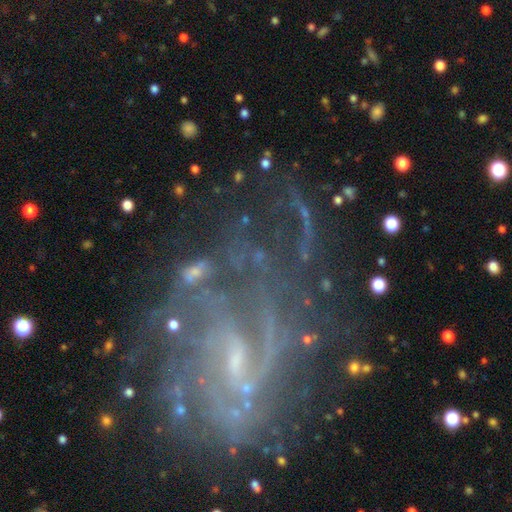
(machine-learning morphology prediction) A featured or disk galaxy (82%) with a weak bar (49%), medium (42%) spiral arms (91%) and a small central bulge (64%).

Vote fractions:
- Smooth or featured? featured or disk: 82% / star or artifact: 12% / smooth: 6%
- Edge-on disk? no: 97% / yes: 3%
- Bar? weak: 49% / no: 28% / strong: 23%
- Spiral arms? yes: 91% / no: 9%
- Spiral winding? medium: 42% / tight: 37% / loose: 20%
- Spiral arm count? can't tell: 31% / 2: 25% / 3: 17% / 4: 10% / more than 4: 8% / 1: 8%
- Bulge size? small: 64% / none: 17% / moderate: 16% / large: 2% / dominant: 1%
- Merging? none: 51% / major disturbance: 24% / minor disturbance: 19% / merger: 6%